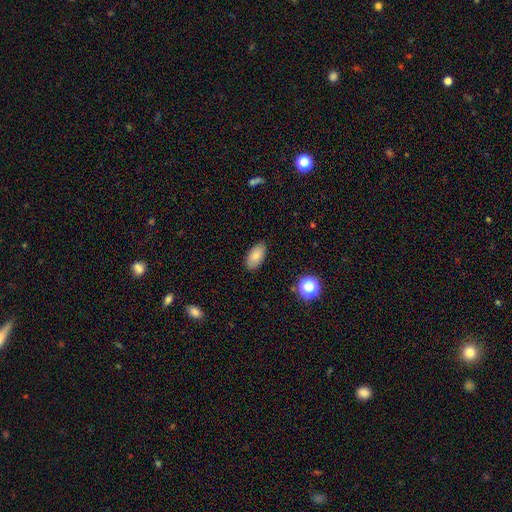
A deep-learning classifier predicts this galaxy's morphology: A smooth galaxy with no disk features (83%) that is in between round and cigar-shaped (93%). Merging: none (84%).